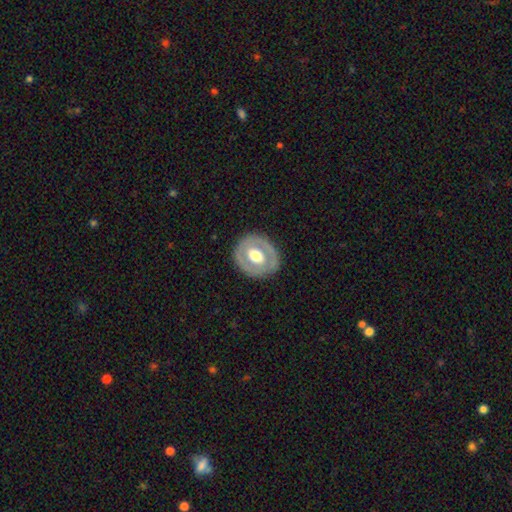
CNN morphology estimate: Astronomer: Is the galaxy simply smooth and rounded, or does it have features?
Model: featured or disk — 55% (runner-up: smooth, 39%).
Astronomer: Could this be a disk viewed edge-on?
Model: no — 94%.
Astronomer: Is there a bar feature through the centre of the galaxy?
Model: no — 70%.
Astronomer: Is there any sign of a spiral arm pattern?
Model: no — 87%.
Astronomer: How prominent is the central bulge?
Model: moderate — 54% (runner-up: large, 38%).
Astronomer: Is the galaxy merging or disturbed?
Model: none — 83%.